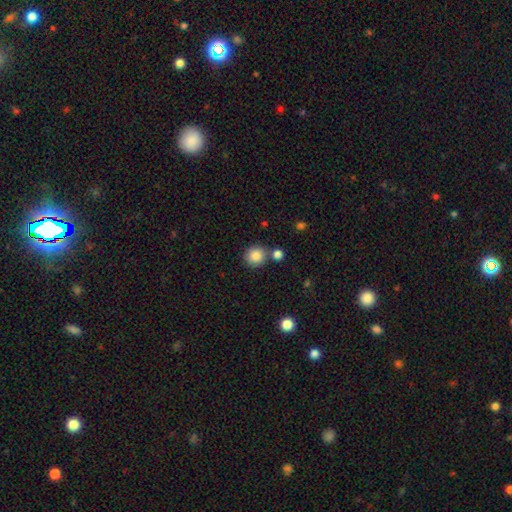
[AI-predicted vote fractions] Smooth or featured? Predicted: smooth (p=0.85). How rounded? Predicted: round (p=0.89). Merging? Predicted: none (p=0.72).